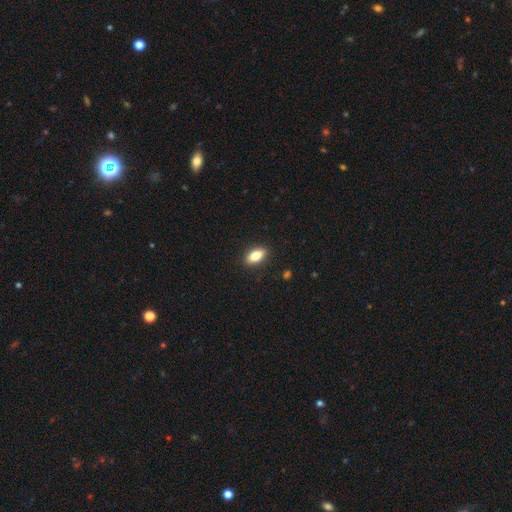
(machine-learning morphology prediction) smooth_or_featured: smooth (p=0.78) [alt: featured or disk p=0.14]
how_rounded: in between (p=0.86) [alt: cigar-shaped p=0.08]
merging: none (p=0.90) [alt: minor disturbance p=0.07]